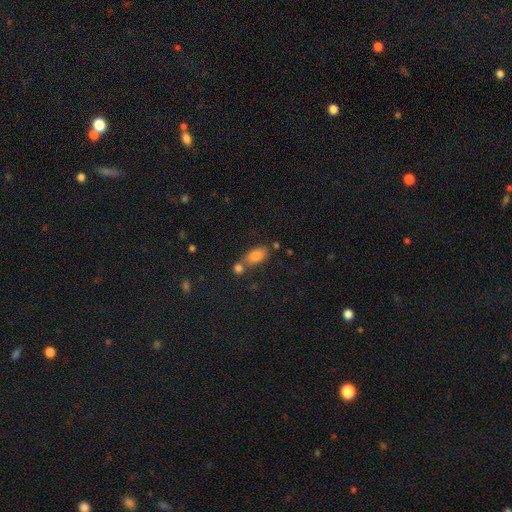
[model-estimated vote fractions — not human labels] smooth-or-featured: smooth: 80% | featured or disk: 11% | star or artifact: 10%
  how-rounded: in between: 85% | round: 11% | cigar-shaped: 5%
  merging: none: 51% | merger: 32% | minor disturbance: 13% | major disturbance: 4%